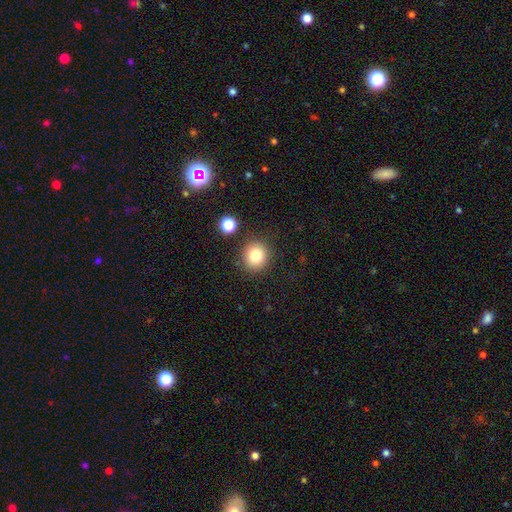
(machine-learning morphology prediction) A smooth galaxy with no disk features (80%) that is round (89%).

Vote fractions:
- Smooth or featured? smooth: 80% / star or artifact: 12% / featured or disk: 8%
- How rounded? round: 89% / in between: 10% / cigar-shaped: 1%
- Merging? none: 87% / minor disturbance: 7% / merger: 3% / major disturbance: 3%